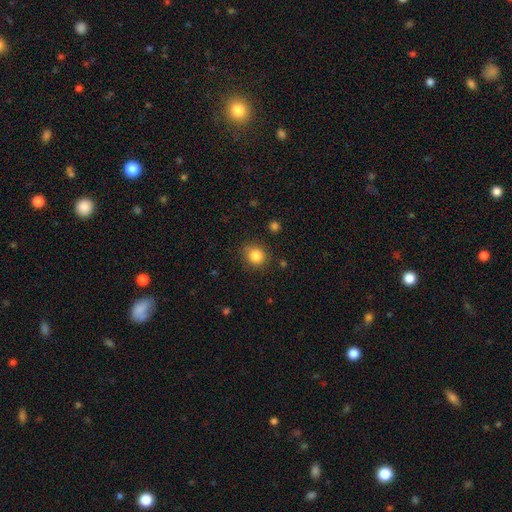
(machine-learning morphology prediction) A smooth galaxy with no disk features (84%) that is round (83%). Merging: none (83%).